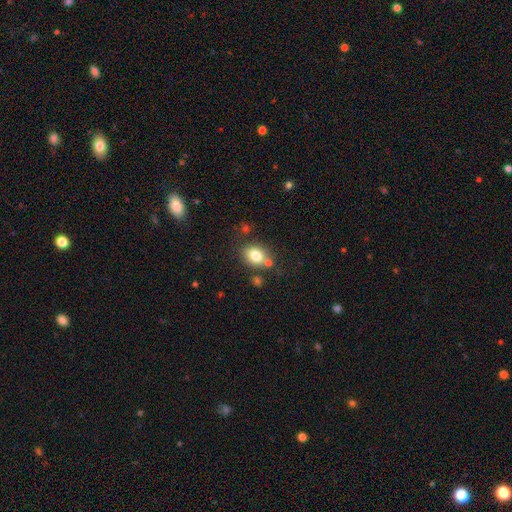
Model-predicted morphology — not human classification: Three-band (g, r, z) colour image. It shows a smooth galaxy with no disk features (80%) that is in between round and cigar-shaped (55%). Merging: none (70%).